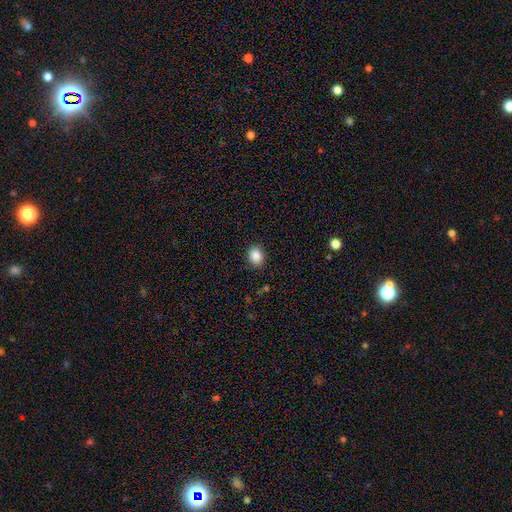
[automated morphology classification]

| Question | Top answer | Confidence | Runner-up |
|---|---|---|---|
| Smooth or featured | smooth | 88% | star or artifact (9%) |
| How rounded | round | 57% | in between (42%) |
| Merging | none | 88% | minor disturbance (8%) |